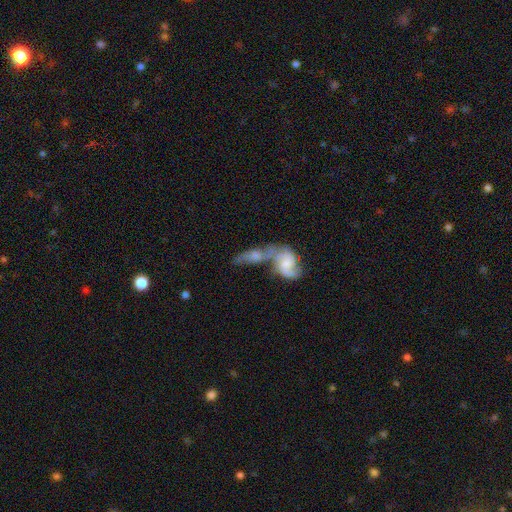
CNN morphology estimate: smooth-or-featured: featured or disk: 59% | smooth: 34% | star or artifact: 7%
  disk-edge-on: no: 85% | yes: 15%
    bar: no: 63% | weak: 30% | strong: 7%
    has-spiral-arms: yes: 76% | no: 24%
    bulge-size: moderate: 40% | small: 35% | none: 14% | large: 9% | dominant: 2%
  merging: merger: 71% | none: 15% | minor disturbance: 7% | major disturbance: 6%